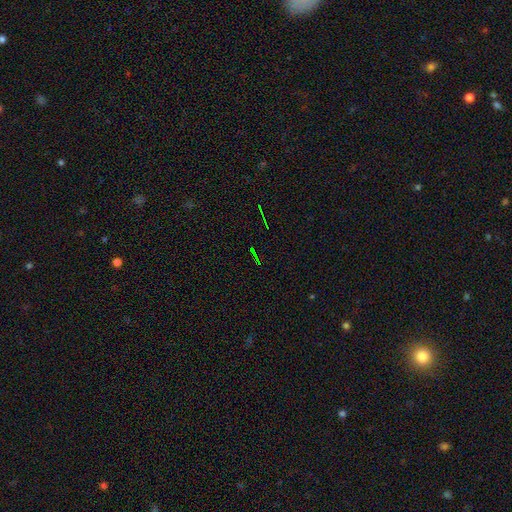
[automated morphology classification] Smooth or featured? star or artifact (76%)